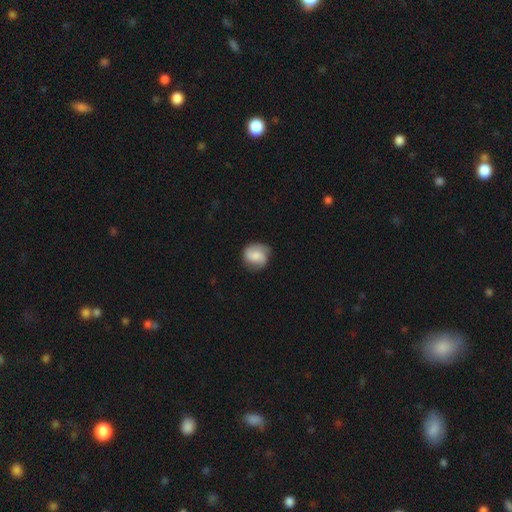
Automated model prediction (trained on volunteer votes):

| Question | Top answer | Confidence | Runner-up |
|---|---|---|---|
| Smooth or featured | smooth | 51% | featured or disk (41%) |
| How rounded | round | 76% | in between (23%) |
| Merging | none | 71% | minor disturbance (21%) |